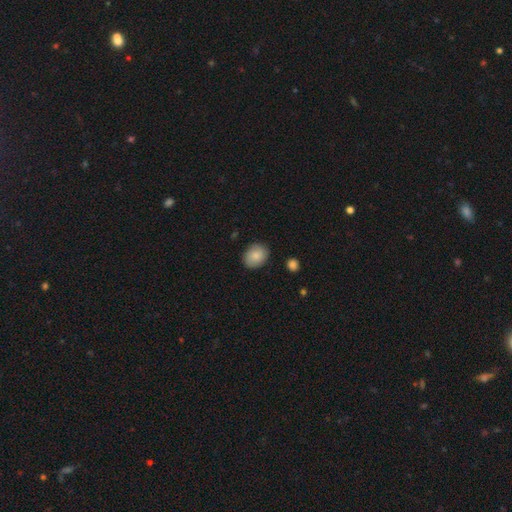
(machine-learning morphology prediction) The model was most divided on "how rounded": in between: 54%, round: 45%, cigar-shaped: 1%. More confident: smooth or featured — smooth (85%); merging — none (85%).